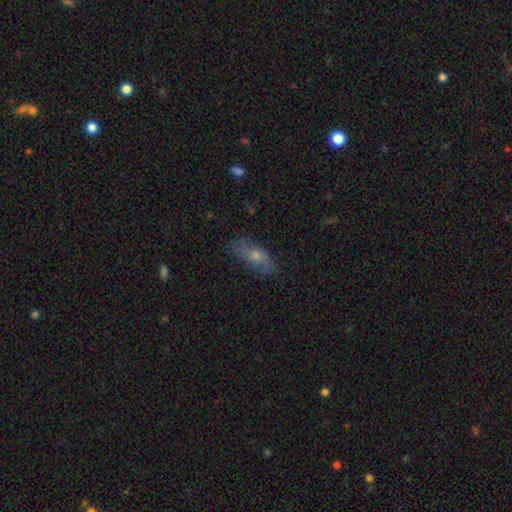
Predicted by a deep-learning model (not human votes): A featured or disk galaxy (48%).

Vote fractions:
- Smooth or featured? featured or disk: 48% / smooth: 41% / star or artifact: 11%
- Merging? none: 71% / minor disturbance: 20% / major disturbance: 7% / merger: 2%